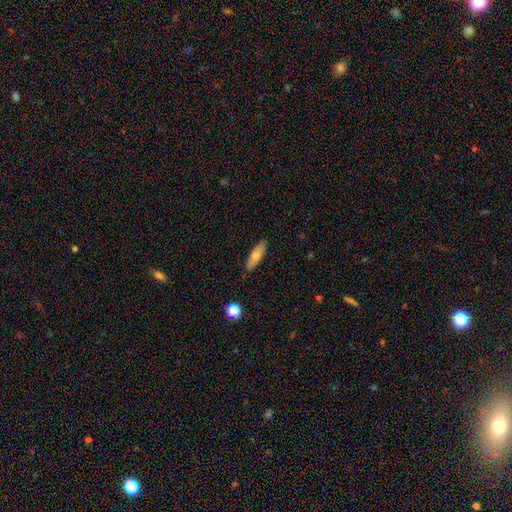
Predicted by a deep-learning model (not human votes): This is likely a smooth galaxy (68%). How rounded: possibly cigar-shaped (55%). Merging: clearly none (89%).